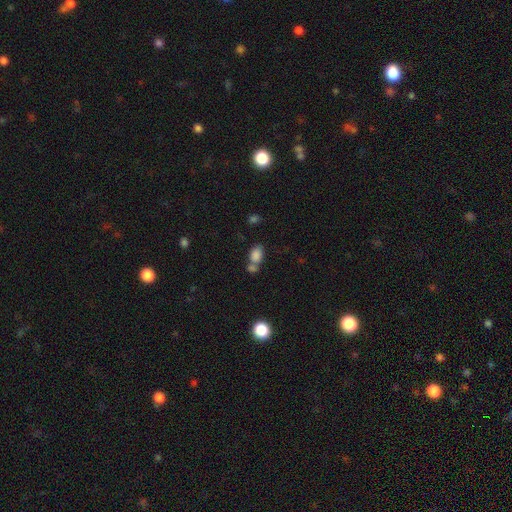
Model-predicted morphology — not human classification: This is clearly a smooth galaxy (83%). How rounded: clearly in between (81%). Merging: possibly merger (47%).